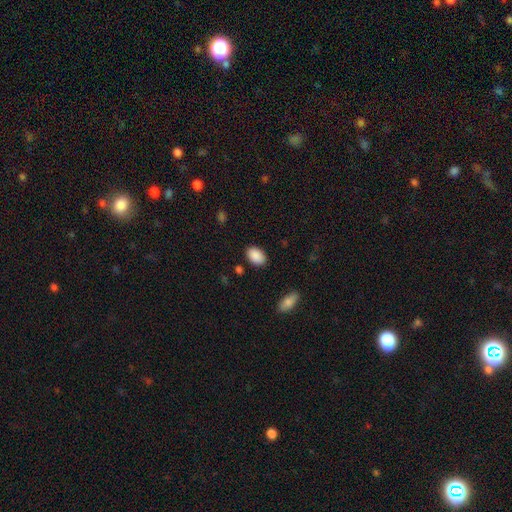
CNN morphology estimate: Q: Smooth or featured?
A: smooth (89%); runner-up: star or artifact (7%)
Q: How rounded?
A: in between (89%); runner-up: round (10%)
Q: Merging?
A: none (86%); runner-up: minor disturbance (10%)